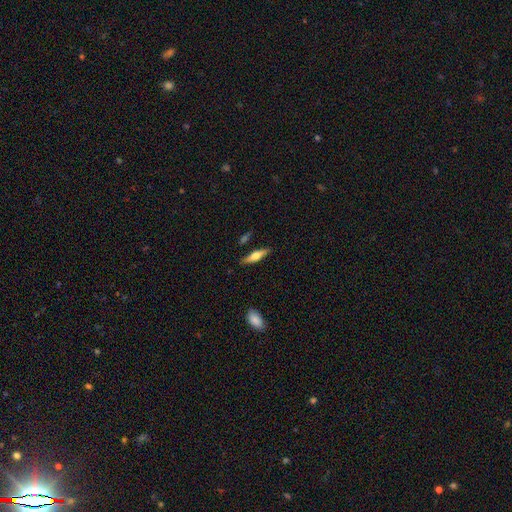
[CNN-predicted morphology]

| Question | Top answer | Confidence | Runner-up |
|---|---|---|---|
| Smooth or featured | featured or disk | 49% | smooth (45%) |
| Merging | none | 84% | minor disturbance (11%) |